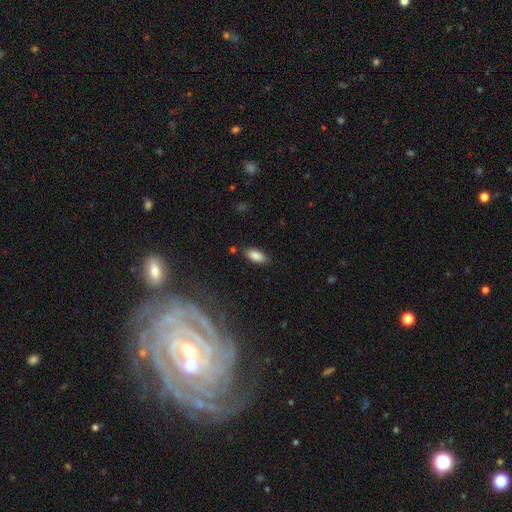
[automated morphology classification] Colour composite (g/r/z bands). It shows a smooth galaxy with no disk features (87%) that is in between round and cigar-shaped (90%). Merging: none (84%).